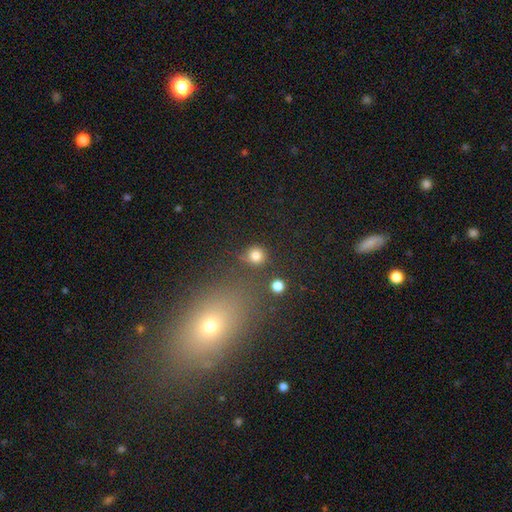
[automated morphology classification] smooth 81%, star or artifact 13%, featured or disk 6%. Down the decision tree: how rounded — round (91%); merging — none (80%).